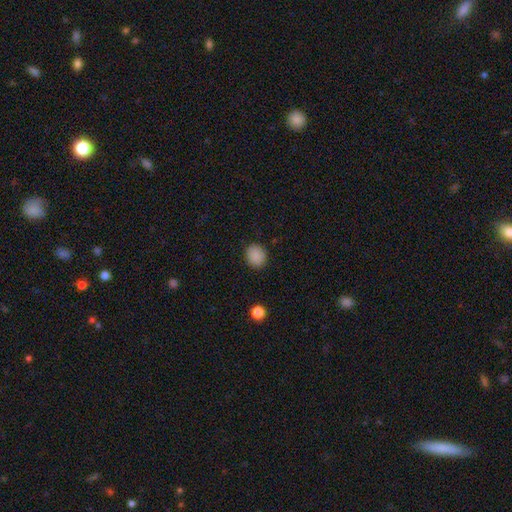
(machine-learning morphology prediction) This is clearly a smooth galaxy (88%). How rounded: likely round (79%). Merging: clearly none (90%).